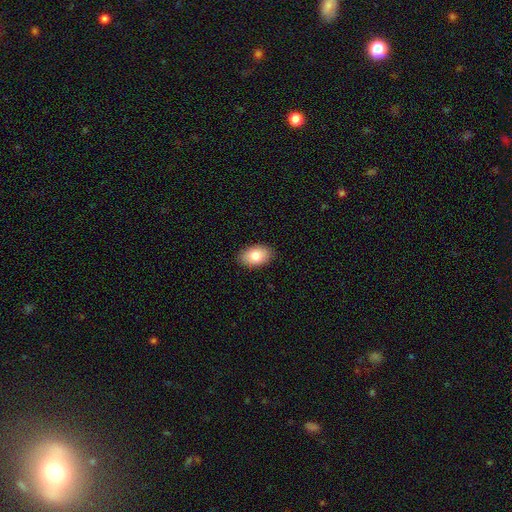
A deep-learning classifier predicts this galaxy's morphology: Overall: smooth (84%). How rounded: in between (91%). Merging: none (88%).